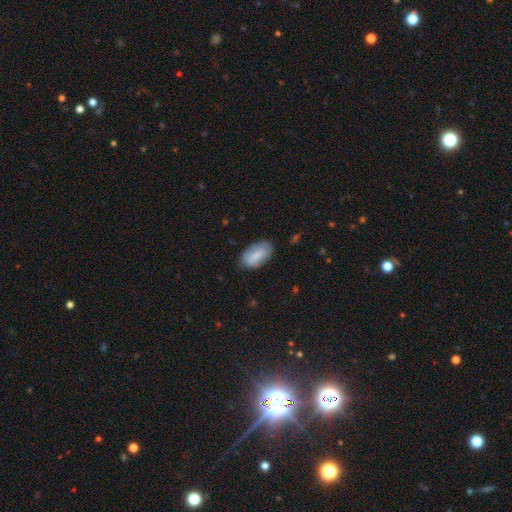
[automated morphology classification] smooth 79%, featured or disk 15%, star or artifact 6%. Down the decision tree: how rounded — in between (93%); merging — none (77%).